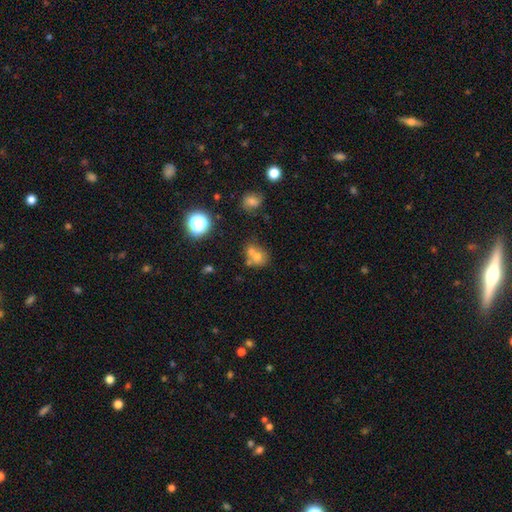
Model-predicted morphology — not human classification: This is likely a smooth galaxy (65%). How rounded: likely round (62%). Merging: possibly merger (53%).